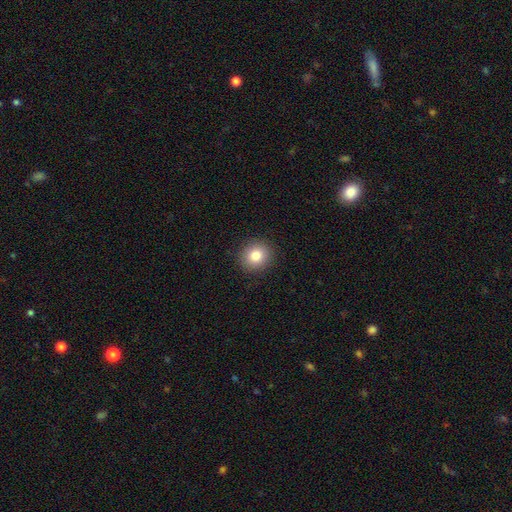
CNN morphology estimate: A smooth galaxy with no disk features (82%) that is round (88%).

Vote fractions:
- Smooth or featured? smooth: 82% / star or artifact: 10% / featured or disk: 8%
- How rounded? round: 88% / in between: 11% / cigar-shaped: 1%
- Merging? none: 91% / minor disturbance: 6% / major disturbance: 2% / merger: 1%